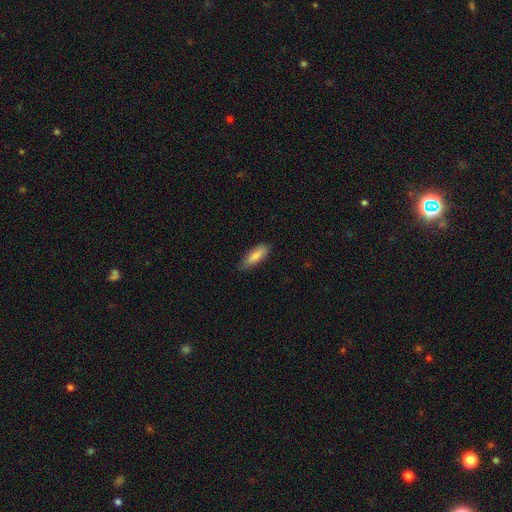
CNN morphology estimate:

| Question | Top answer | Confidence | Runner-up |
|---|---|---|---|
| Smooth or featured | smooth | 81% | featured or disk (13%) |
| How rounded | in between | 59% | cigar-shaped (39%) |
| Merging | none | 78% | minor disturbance (18%) |